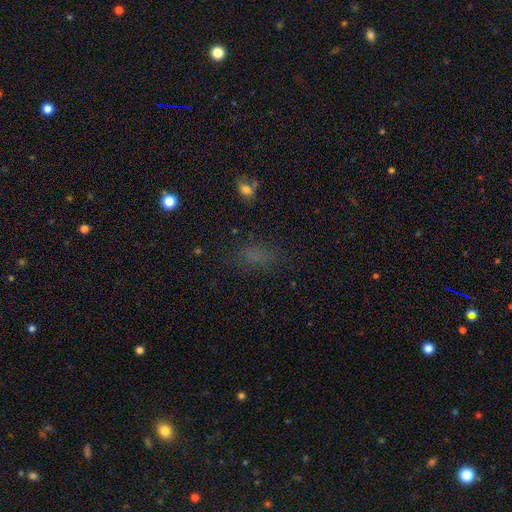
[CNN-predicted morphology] Smooth or featured?
  - smooth: 65% *
  - star or artifact: 25%
  - featured or disk: 10%
How rounded?
  - in between: 78% *
  - round: 13%
  - cigar-shaped: 9%
Merging?
  - none: 68% *
  - minor disturbance: 18%
  - major disturbance: 11%
  - merger: 3%